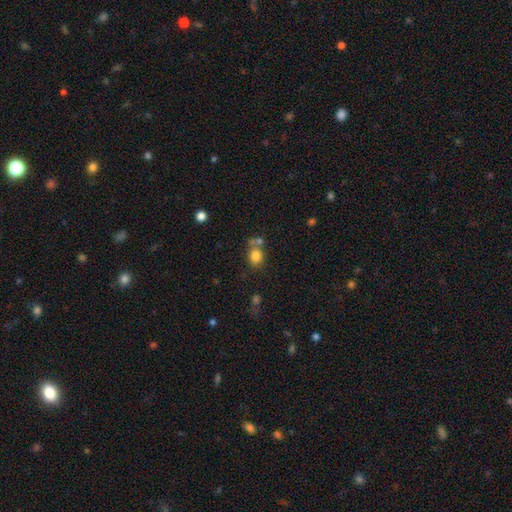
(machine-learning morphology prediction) Q: Smooth or featured?
A: smooth (80%); runner-up: star or artifact (11%)
Q: How rounded?
A: round (69%); runner-up: in between (30%)
Q: Merging?
A: none (58%); runner-up: merger (25%)